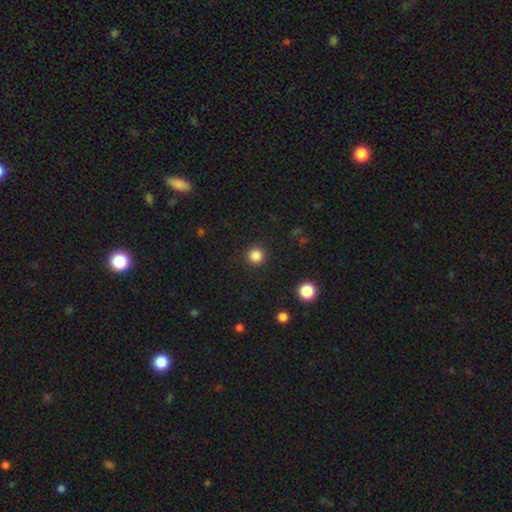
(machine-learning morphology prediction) smooth-or-featured: smooth: 84% | star or artifact: 12% | featured or disk: 3%
  how-rounded: round: 95% | in between: 4% | cigar-shaped: 1%
  merging: none: 91% | minor disturbance: 5% | major disturbance: 2% | merger: 1%